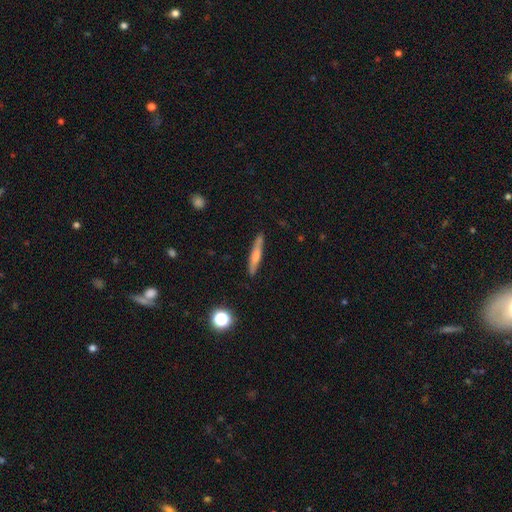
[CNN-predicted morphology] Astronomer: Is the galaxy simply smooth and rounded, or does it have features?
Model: smooth — 61%.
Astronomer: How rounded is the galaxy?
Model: cigar-shaped — 92%.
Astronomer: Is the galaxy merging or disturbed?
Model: none — 84%.